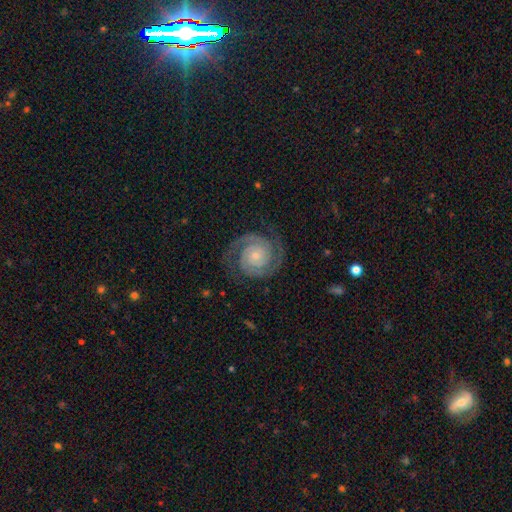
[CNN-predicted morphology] This is clearly a featured or disk galaxy (91%). It is clearly not viewed edge-on (98%). Bar: likely no (75%). Spiral arm pattern: clearly yes (99%). Spiral arm count: clearly 2 (92%). Spiral winding: likely tight (68%). Central bulge: likely small (67%). Merging: clearly none (83%).